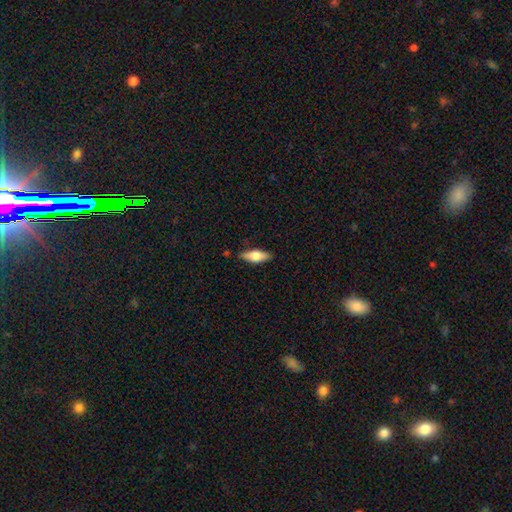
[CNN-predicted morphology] smooth_or_featured: smooth (p=0.61) [alt: featured or disk p=0.32]
how_rounded: in between (p=0.65) [alt: cigar-shaped p=0.32]
merging: none (p=0.85) [alt: minor disturbance p=0.12]